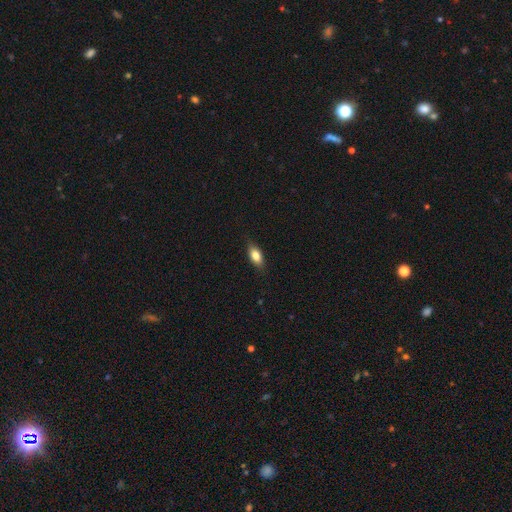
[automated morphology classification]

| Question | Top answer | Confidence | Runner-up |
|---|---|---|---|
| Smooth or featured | smooth | 80% | featured or disk (13%) |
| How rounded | in between | 84% | cigar-shaped (10%) |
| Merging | none | 83% | minor disturbance (13%) |